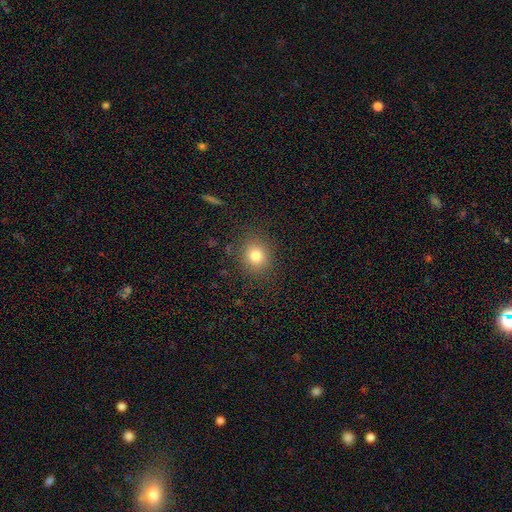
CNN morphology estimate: Overall: smooth (79%). How rounded: round (77%). Merging: none (87%).